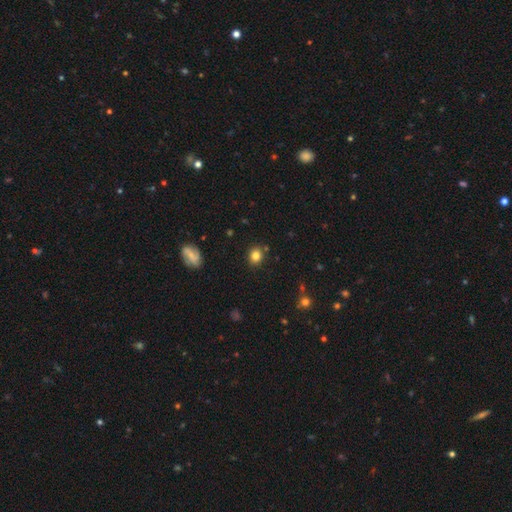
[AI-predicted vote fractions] smooth_or_featured: smooth (p=0.81) [alt: star or artifact p=0.11]
how_rounded: round (p=0.70) [alt: in between p=0.29]
merging: none (p=0.85) [alt: minor disturbance p=0.10]